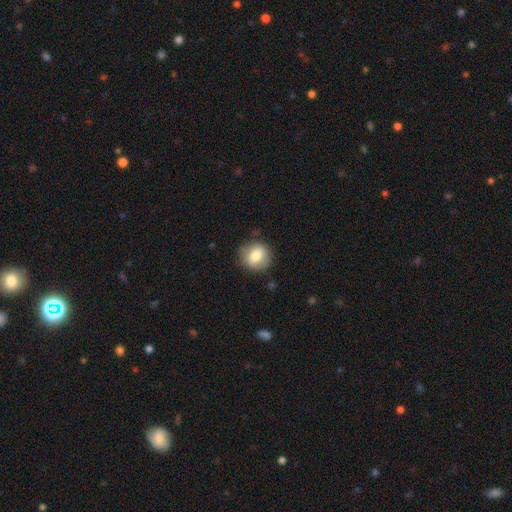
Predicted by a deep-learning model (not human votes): Overall: smooth (71%). How rounded: round (78%). Merging: none (81%).